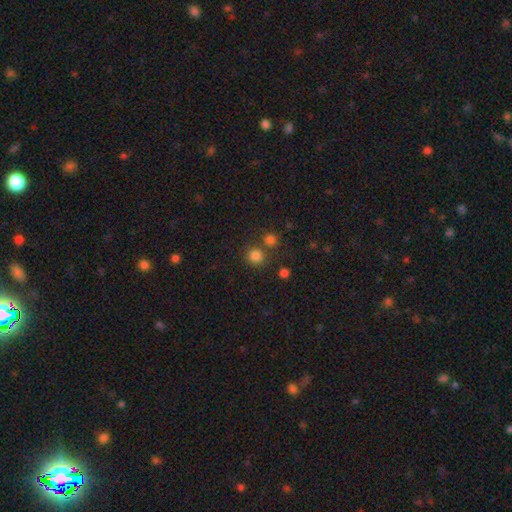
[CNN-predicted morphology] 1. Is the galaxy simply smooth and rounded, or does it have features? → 80% smooth, 15% star or artifact, 5% featured or disk.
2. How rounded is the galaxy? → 91% round, 8% in between, 1% cigar-shaped.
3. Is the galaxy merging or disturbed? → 74% none, 16% merger, 8% minor disturbance, 3% major disturbance.